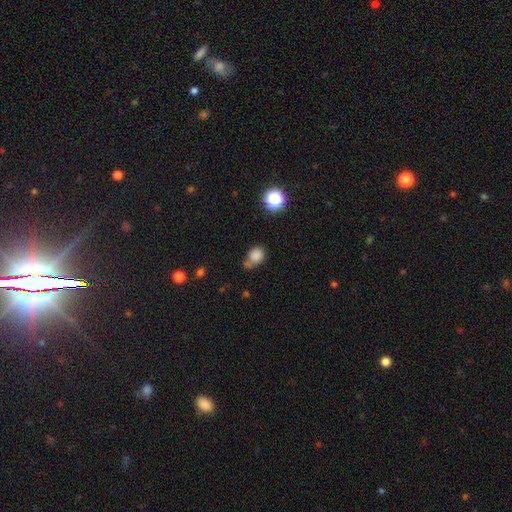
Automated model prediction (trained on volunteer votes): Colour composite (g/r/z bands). It shows a smooth galaxy with no disk features (82%) that is round (62%). Merging: none (46%).